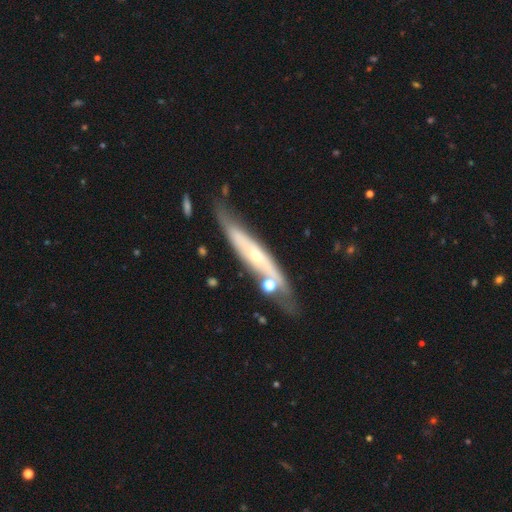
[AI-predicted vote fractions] Q: Smooth or featured?
A: featured or disk (68%); runner-up: smooth (26%)
Q: Edge-on disk?
A: yes (60%); runner-up: no (40%)
Q: Merging?
A: none (65%); runner-up: minor disturbance (20%)